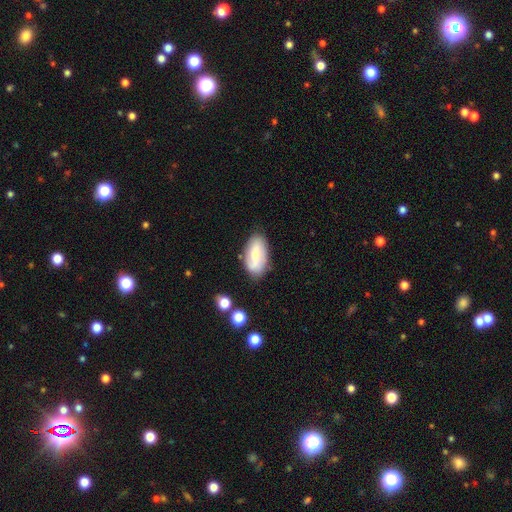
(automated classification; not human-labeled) smooth_or_featured: smooth (p=0.52) [alt: featured or disk p=0.41]
how_rounded: in between (p=0.92) [alt: round p=0.04]
merging: none (p=0.75) [alt: minor disturbance p=0.17]